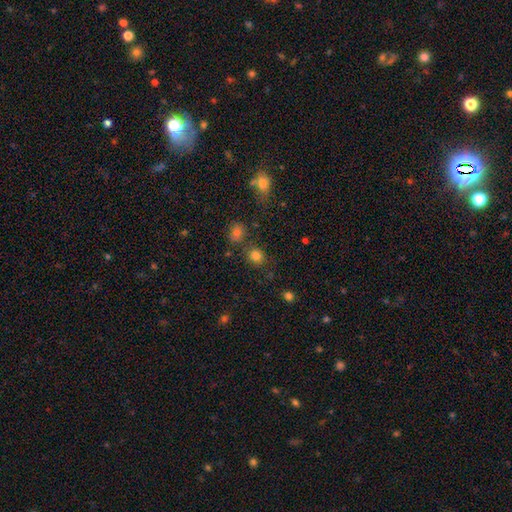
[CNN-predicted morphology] A smooth galaxy with no disk features (80%) that is round (77%). Merging: none (75%).